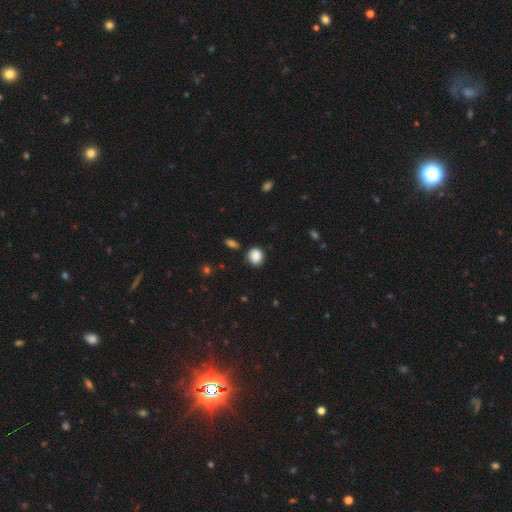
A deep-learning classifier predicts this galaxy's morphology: type=smooth (87%); roundness=round (75%); merging=none (82%).